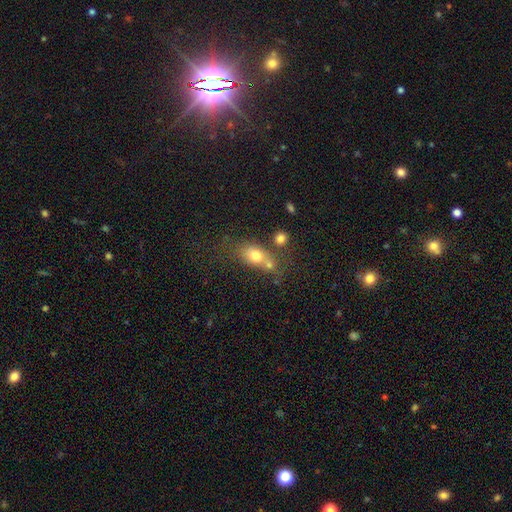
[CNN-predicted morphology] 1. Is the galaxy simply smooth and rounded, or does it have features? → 73% smooth, 16% featured or disk, 12% star or artifact.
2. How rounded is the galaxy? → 66% in between, 29% round, 5% cigar-shaped.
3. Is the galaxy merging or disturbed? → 42% none, 36% merger, 14% minor disturbance, 7% major disturbance.